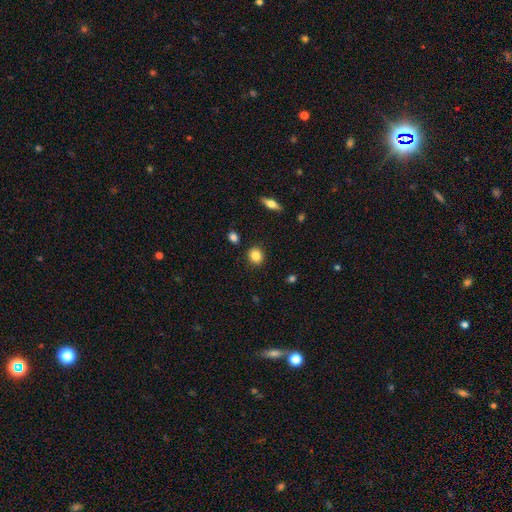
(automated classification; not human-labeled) Morphology: type=smooth (85%); roundness=round (78%); merging=none (89%).